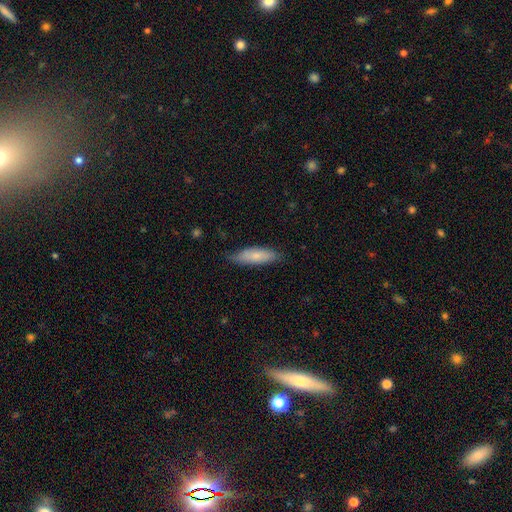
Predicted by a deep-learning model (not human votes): Smooth or featured? smooth (74%)
How rounded? cigar-shaped (50%)
Merging? none (75%)